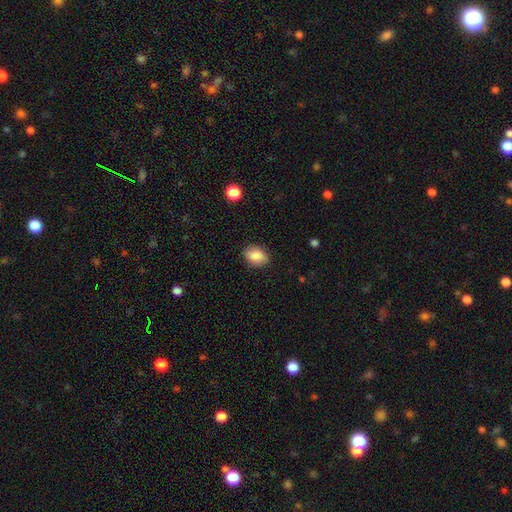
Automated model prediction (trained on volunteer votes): Smooth or featured?
  - smooth: 85% *
  - star or artifact: 8%
  - featured or disk: 7%
How rounded?
  - in between: 77% *
  - round: 22%
  - cigar-shaped: 1%
Merging?
  - none: 86% *
  - minor disturbance: 11%
  - major disturbance: 3%
  - merger: 1%